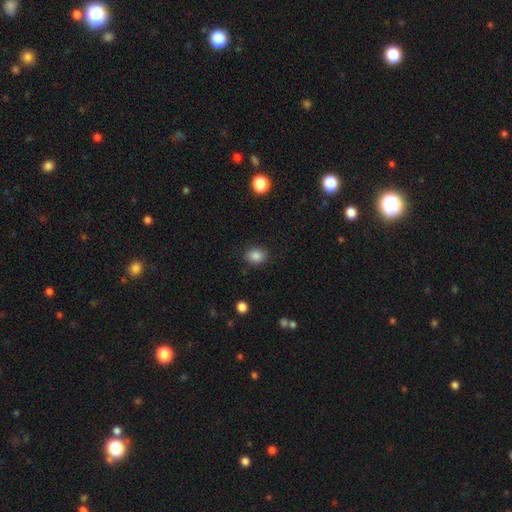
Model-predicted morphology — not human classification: Q: Smooth or featured?
A: smooth (86%); runner-up: star or artifact (10%)
Q: How rounded?
A: in between (55%); runner-up: round (44%)
Q: Merging?
A: none (85%); runner-up: minor disturbance (10%)